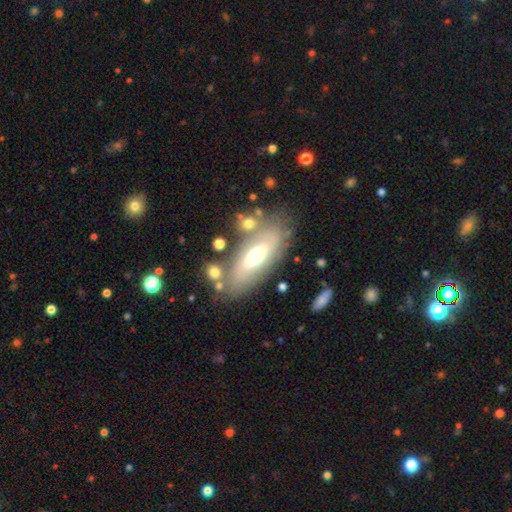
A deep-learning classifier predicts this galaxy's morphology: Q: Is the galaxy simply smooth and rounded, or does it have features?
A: featured or disk — 47%.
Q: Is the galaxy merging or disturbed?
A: none — 71%.